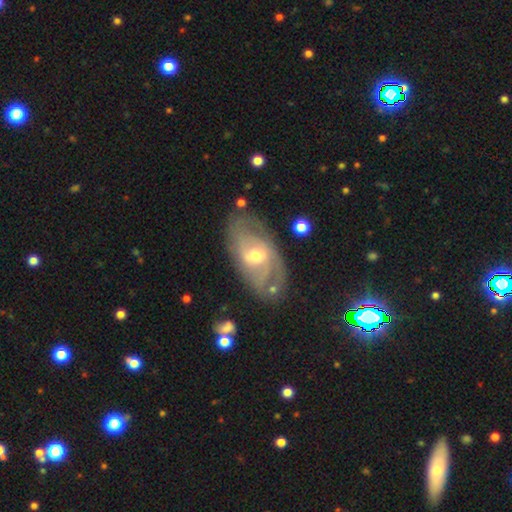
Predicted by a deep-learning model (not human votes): Overall: featured or disk (76%). Edge-on disk: no (93%). Bar: weak (48%; no 37%). Spiral arms: yes (81%). Spiral arm count: 2 (47%; can't tell 34%). Spiral winding: tight (46%; medium 39%). Bulge size: moderate (56%; small 38%). Merging: none (74%).